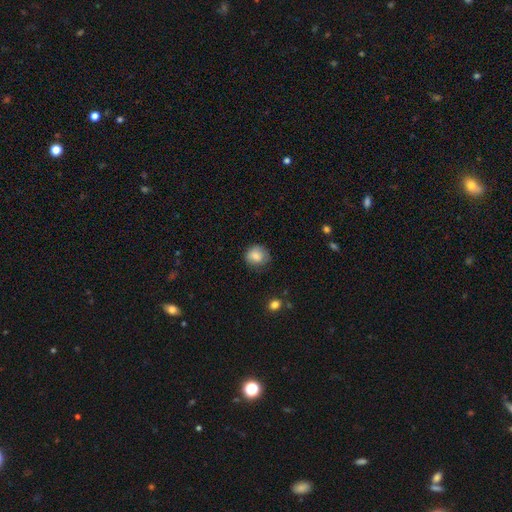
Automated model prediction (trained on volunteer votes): Smooth or featured?
  - smooth: 83% *
  - featured or disk: 9%
  - star or artifact: 8%
How rounded?
  - round: 81% *
  - in between: 18%
  - cigar-shaped: 1%
Merging?
  - none: 74% *
  - minor disturbance: 20%
  - major disturbance: 5%
  - merger: 1%